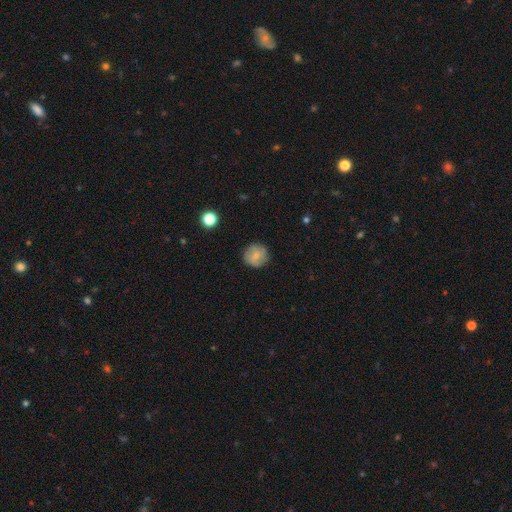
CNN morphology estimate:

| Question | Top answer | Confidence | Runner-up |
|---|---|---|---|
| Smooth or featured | smooth | 70% | featured or disk (22%) |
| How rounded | round | 92% | in between (7%) |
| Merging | none | 85% | minor disturbance (11%) |